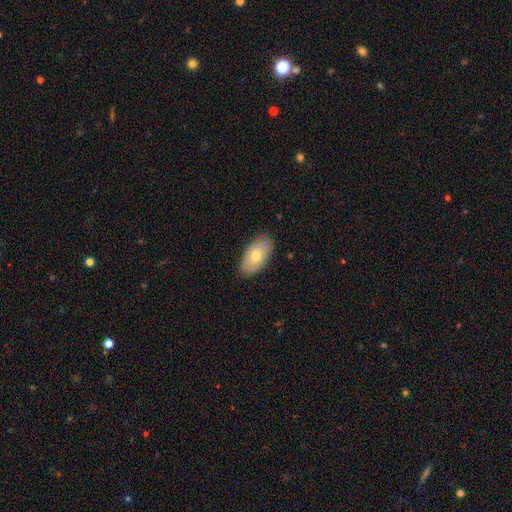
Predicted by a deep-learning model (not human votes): The model was most divided on "smooth or featured": smooth: 51%, featured or disk: 42%, star or artifact: 7%. More confident: how rounded — in between (92%); merging — none (80%).